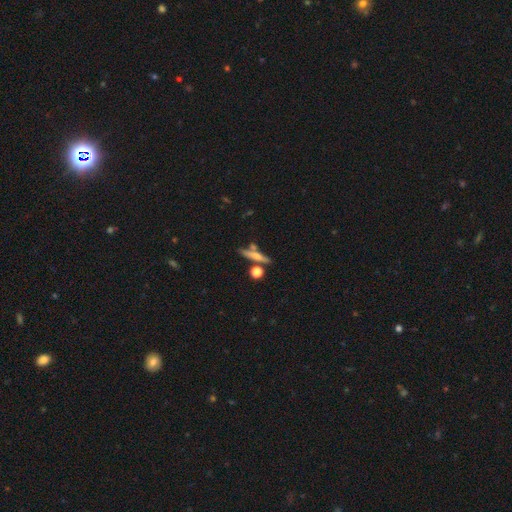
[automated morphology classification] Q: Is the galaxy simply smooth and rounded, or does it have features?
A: smooth — 51%.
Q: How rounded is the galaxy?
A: cigar-shaped — 78%.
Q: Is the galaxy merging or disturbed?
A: none — 72%.